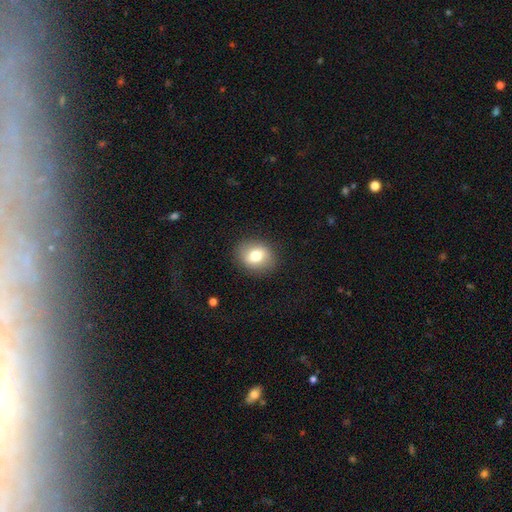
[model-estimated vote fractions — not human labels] Smooth or featured? smooth (73%)
How rounded? round (56%)
Merging? none (87%)